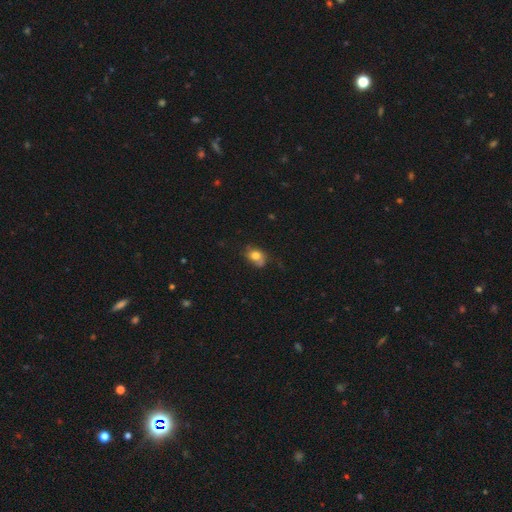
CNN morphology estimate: Overall: smooth (70%). How rounded: in between (61%; round 38%). Merging: none (53%; minor disturbance 31%).